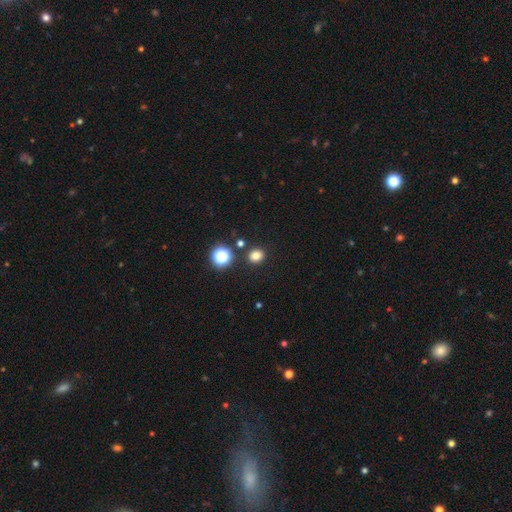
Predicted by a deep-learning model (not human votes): Q: Smooth or featured?
A: smooth (78%); runner-up: star or artifact (17%)
Q: How rounded?
A: round (75%); runner-up: in between (24%)
Q: Merging?
A: none (85%); runner-up: minor disturbance (7%)